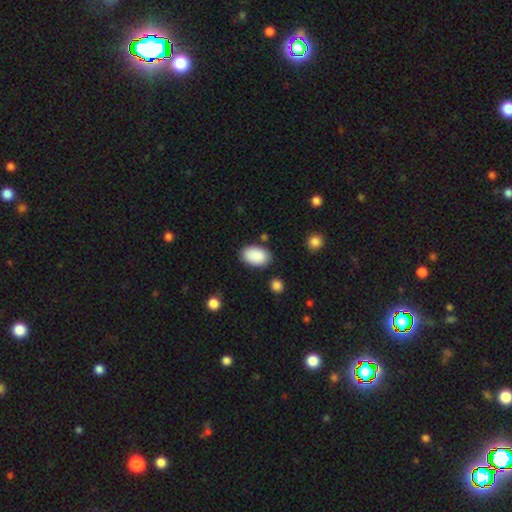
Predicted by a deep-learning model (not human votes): Overall: smooth (90%). How rounded: in between (91%). Merging: none (82%).